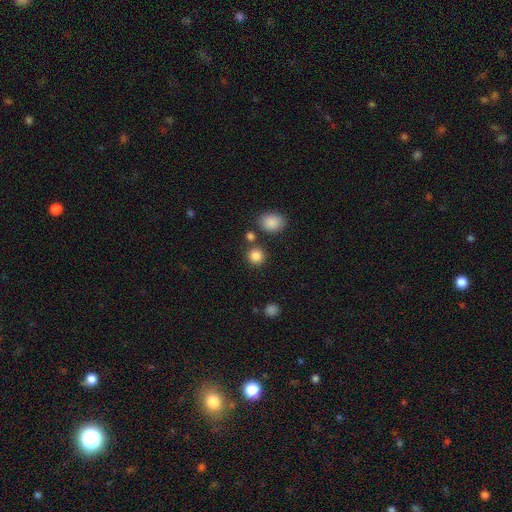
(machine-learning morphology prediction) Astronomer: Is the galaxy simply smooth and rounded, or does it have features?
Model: smooth — 84%.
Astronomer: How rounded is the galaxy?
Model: round — 90%.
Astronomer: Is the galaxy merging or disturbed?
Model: none — 79%.